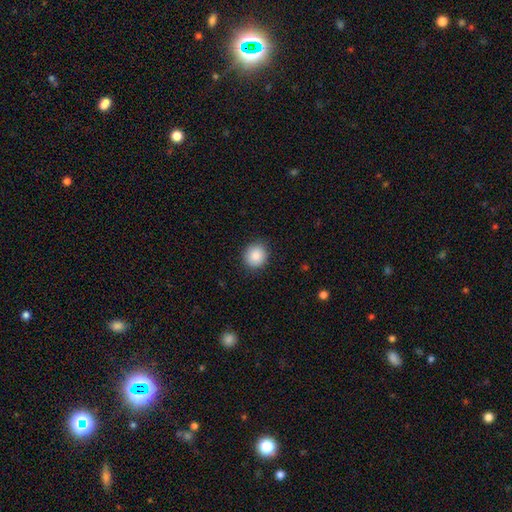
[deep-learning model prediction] This appears to be a smooth galaxy with no disk features (87%) that is round (86%). Merging: none (88%).